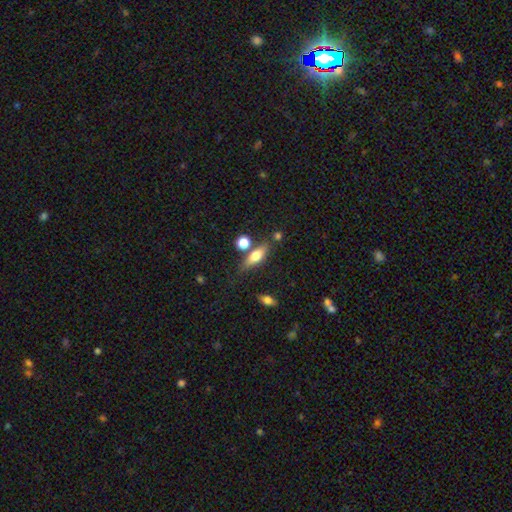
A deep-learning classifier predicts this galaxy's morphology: Smooth or featured: smooth — 58% (featured or disk — 33%)
How rounded: in between — 52% (cigar-shaped — 41%)
Merging: none — 68% (minor disturbance — 15%)